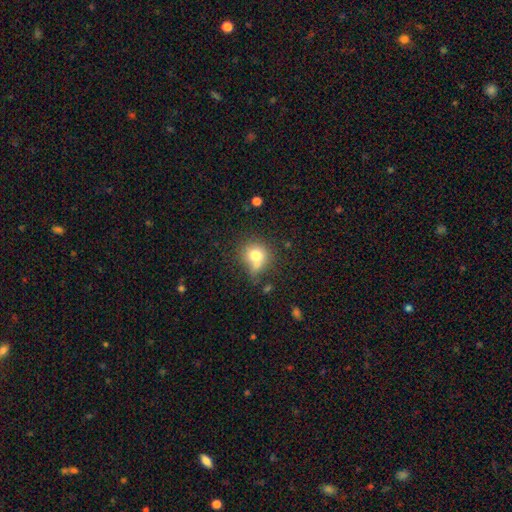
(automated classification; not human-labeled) This is likely a smooth galaxy (74%). How rounded: clearly round (81%). Merging: possibly none (48%).